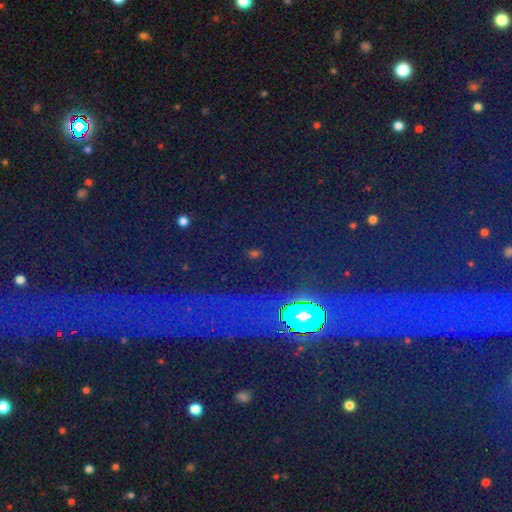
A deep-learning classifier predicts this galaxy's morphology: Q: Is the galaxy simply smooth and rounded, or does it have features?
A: star or artifact — 84%.